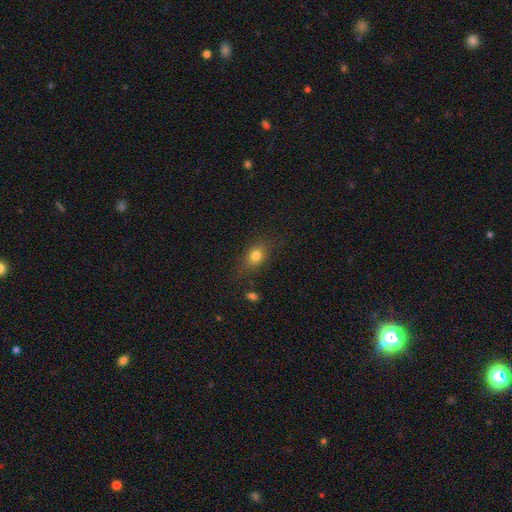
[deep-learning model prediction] A smooth galaxy with no disk features (76%) that is in between round and cigar-shaped (62%).

Vote fractions:
- Smooth or featured? smooth: 76% / star or artifact: 12% / featured or disk: 12%
- How rounded? in between: 62% / round: 33% / cigar-shaped: 6%
- Merging? none: 75% / minor disturbance: 17% / major disturbance: 6% / merger: 2%